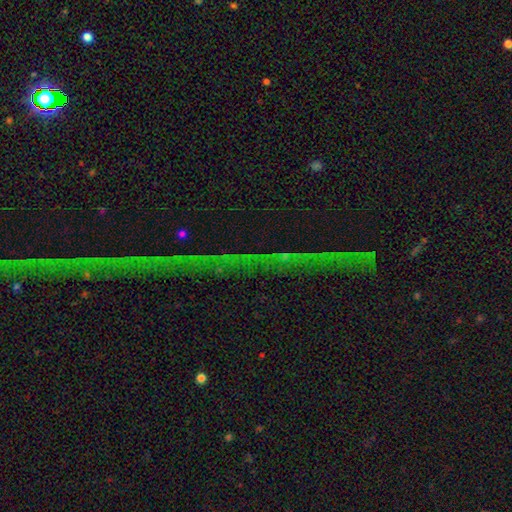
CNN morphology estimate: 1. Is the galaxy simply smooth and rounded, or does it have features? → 74% star or artifact, 15% featured or disk, 12% smooth.